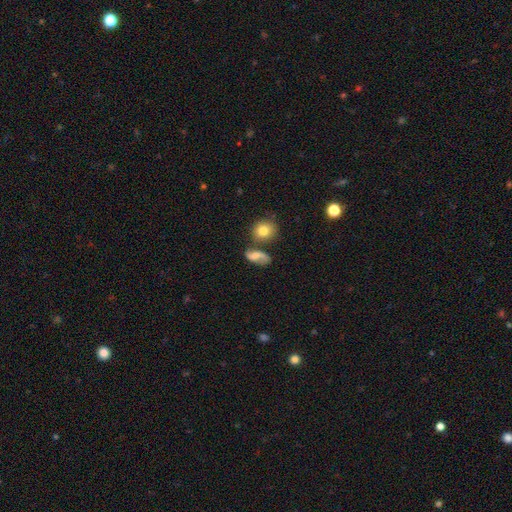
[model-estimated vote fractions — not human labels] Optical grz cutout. It shows a featured or disk galaxy (50%). Merging: none (47%).